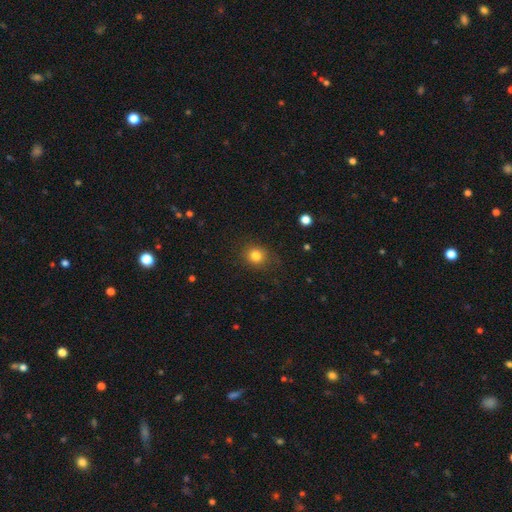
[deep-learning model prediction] smooth-or-featured: smooth: 81% | star or artifact: 12% | featured or disk: 6%
  how-rounded: round: 81% | in between: 18% | cigar-shaped: 1%
  merging: none: 82% | minor disturbance: 12% | major disturbance: 4% | merger: 1%